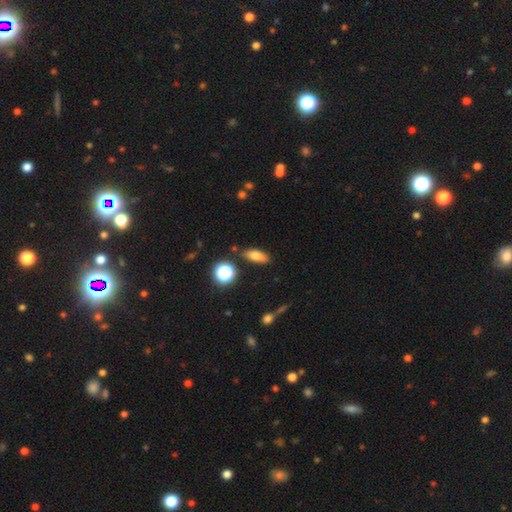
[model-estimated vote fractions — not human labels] Overall: smooth (74%). How rounded: in between (65%; cigar-shaped 27%). Merging: none (82%).